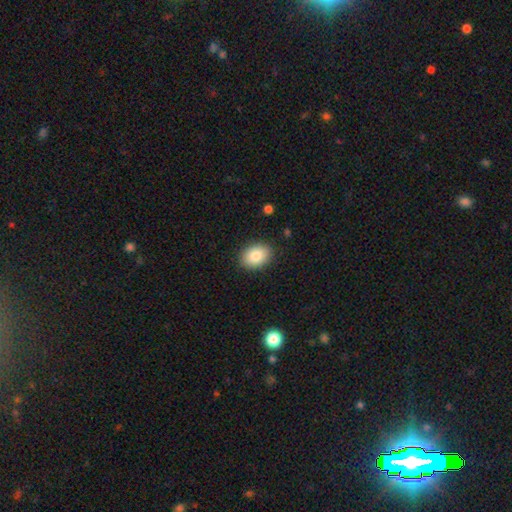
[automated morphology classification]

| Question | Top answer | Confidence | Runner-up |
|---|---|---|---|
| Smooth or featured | smooth | 85% | featured or disk (8%) |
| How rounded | in between | 74% | round (25%) |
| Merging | none | 88% | minor disturbance (9%) |